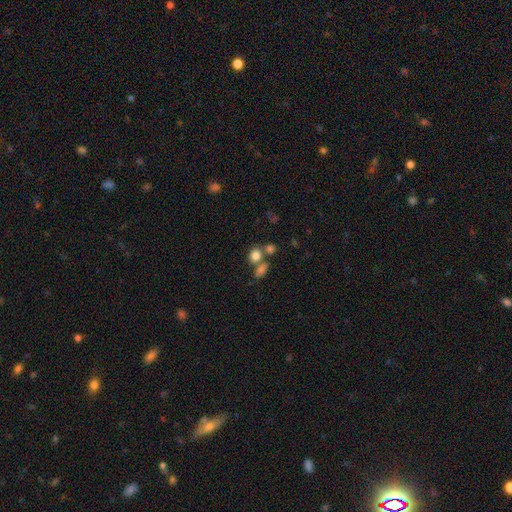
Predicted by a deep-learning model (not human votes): Smooth or featured: smooth — 79% (star or artifact — 12%)
How rounded: round — 65% (in between — 33%)
Merging: none — 51% (merger — 34%)